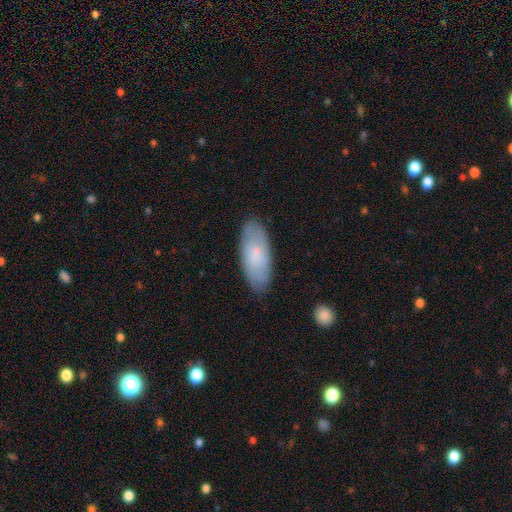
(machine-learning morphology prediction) A smooth galaxy with no disk features (71%) that is in between round and cigar-shaped (84%).

Vote fractions:
- Smooth or featured? smooth: 71% / featured or disk: 23% / star or artifact: 6%
- How rounded? in between: 84% / cigar-shaped: 14% / round: 2%
- Merging? none: 83% / minor disturbance: 13% / major disturbance: 2% / merger: 1%